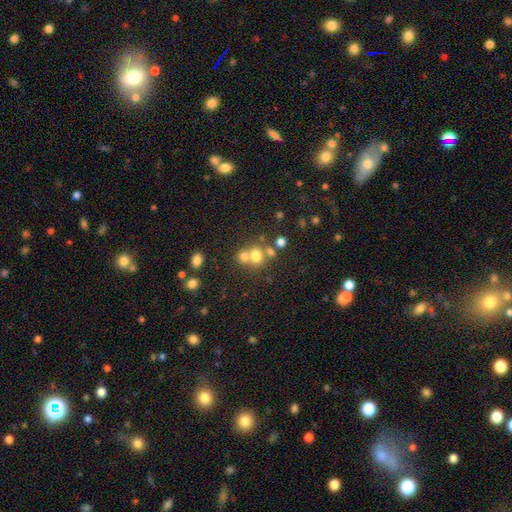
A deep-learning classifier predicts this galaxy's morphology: A smooth galaxy with no disk features (69%) that is round (74%).

Vote fractions:
- Smooth or featured? smooth: 69% / featured or disk: 16% / star or artifact: 15%
- How rounded? round: 74% / in between: 25% / cigar-shaped: 1%
- Merging? merger: 49% / none: 39% / minor disturbance: 7% / major disturbance: 4%